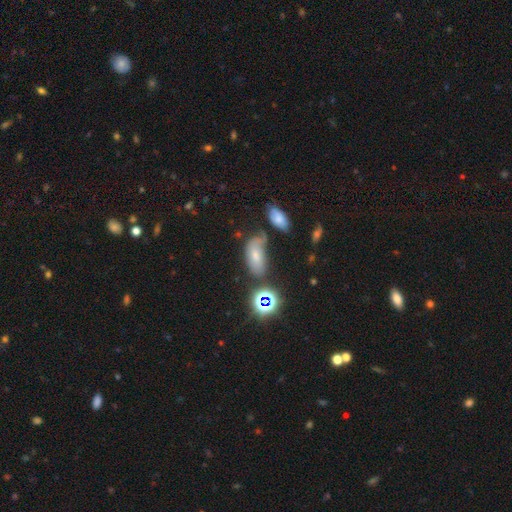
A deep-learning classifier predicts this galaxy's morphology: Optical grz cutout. It shows a smooth galaxy with no disk features (59%) that is in between round and cigar-shaped (91%). Merging: none (44%).